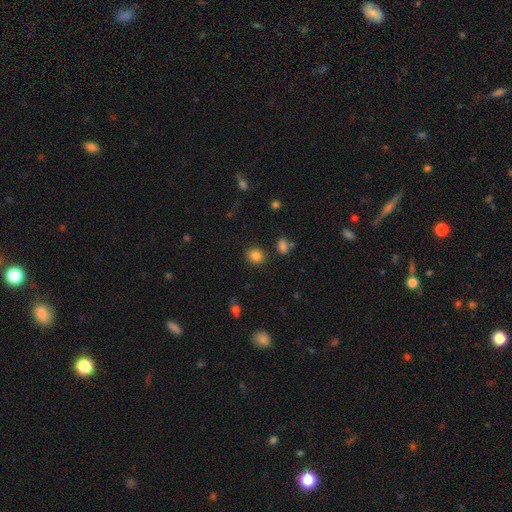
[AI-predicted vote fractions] smooth 84%, star or artifact 11%, featured or disk 5%. Down the decision tree: how rounded — round (74%); merging — none (86%).